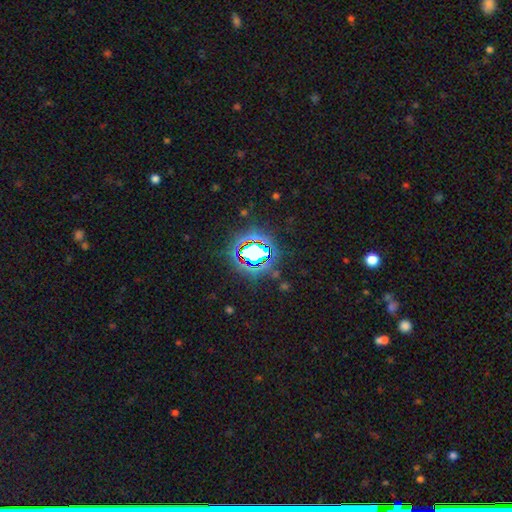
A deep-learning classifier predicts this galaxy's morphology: This is likely a star or artifact rather than a galaxy (71%).